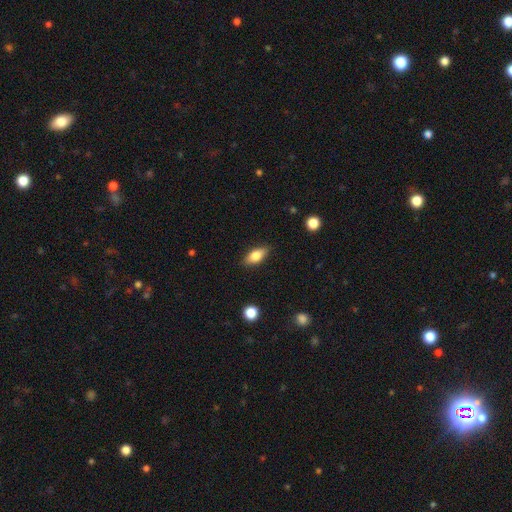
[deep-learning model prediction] A smooth galaxy with no disk features (77%) that is in between round and cigar-shaped (83%).

Vote fractions:
- Smooth or featured? smooth: 77% / featured or disk: 16% / star or artifact: 7%
- How rounded? in between: 83% / cigar-shaped: 13% / round: 4%
- Merging? none: 85% / minor disturbance: 11% / major disturbance: 2% / merger: 1%